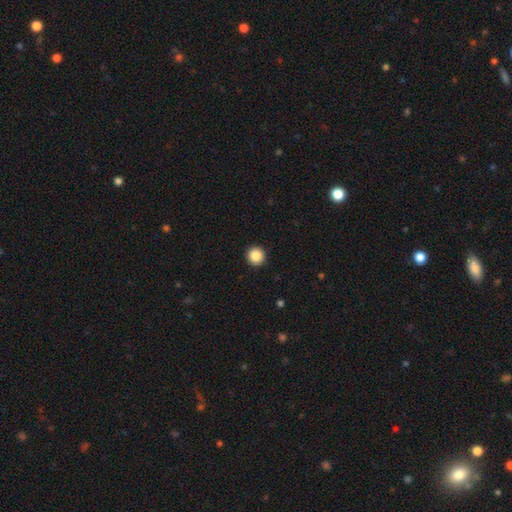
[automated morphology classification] Overall: smooth (88%). How rounded: round (96%). Merging: none (93%).